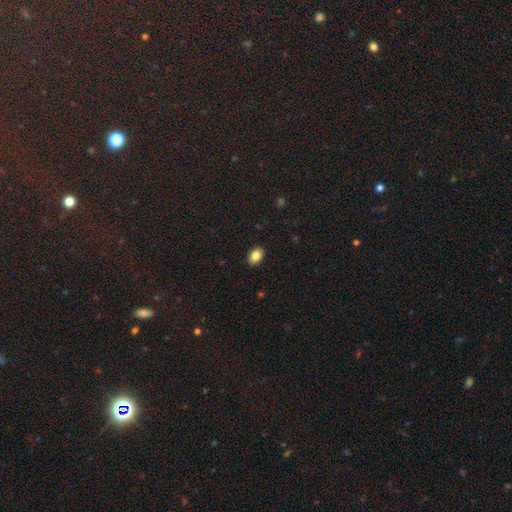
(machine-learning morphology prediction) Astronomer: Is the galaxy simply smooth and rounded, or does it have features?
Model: smooth — 85%.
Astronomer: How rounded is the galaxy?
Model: in between — 78%.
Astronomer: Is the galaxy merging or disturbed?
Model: none — 90%.